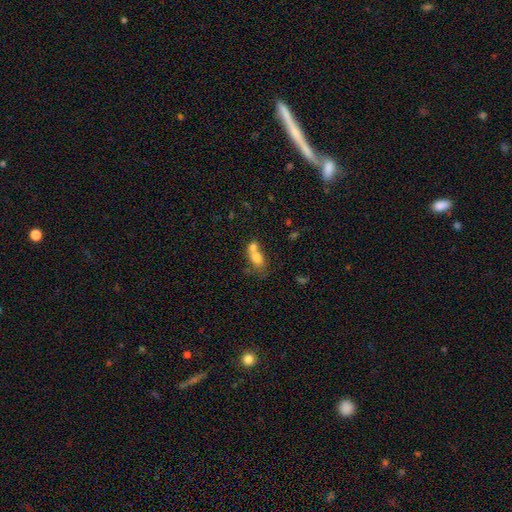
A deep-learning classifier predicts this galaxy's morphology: type=smooth (73%); roundness=in between (69%); merging=merger (67%).